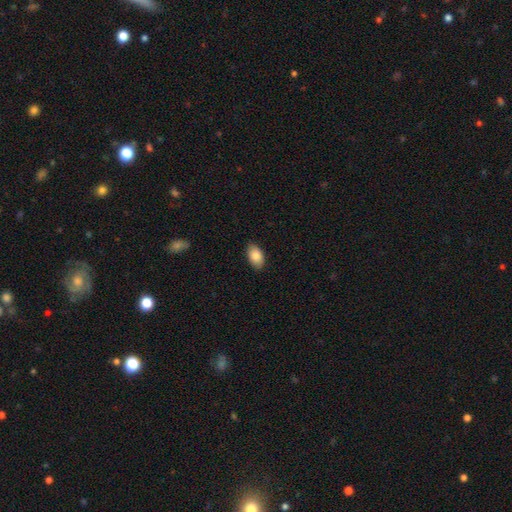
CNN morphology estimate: A smooth galaxy with no disk features (87%) that is in between round and cigar-shaped (93%). Merging: none (85%).